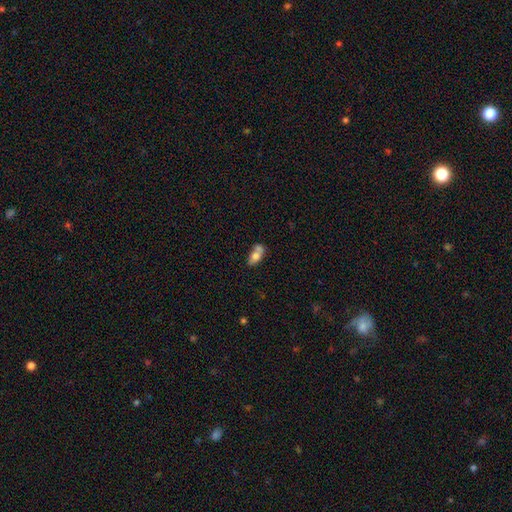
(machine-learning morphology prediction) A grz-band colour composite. It shows a smooth galaxy with no disk features (69%) that is in between round and cigar-shaped (84%). Merging: merger (43%).